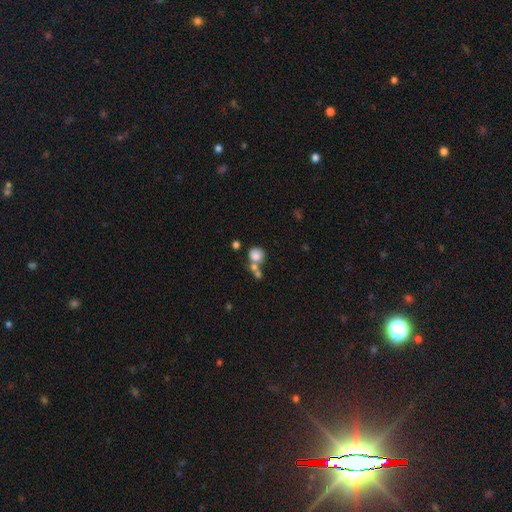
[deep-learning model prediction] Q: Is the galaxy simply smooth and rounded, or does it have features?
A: smooth — 80%.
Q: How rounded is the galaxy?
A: round — 82%.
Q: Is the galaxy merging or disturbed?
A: none — 44%.